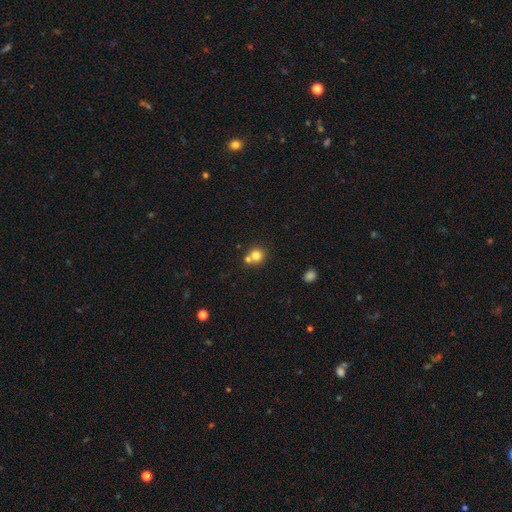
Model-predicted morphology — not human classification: This appears to be a smooth galaxy with no disk features (78%) that is round (88%). Merging: none (54%).